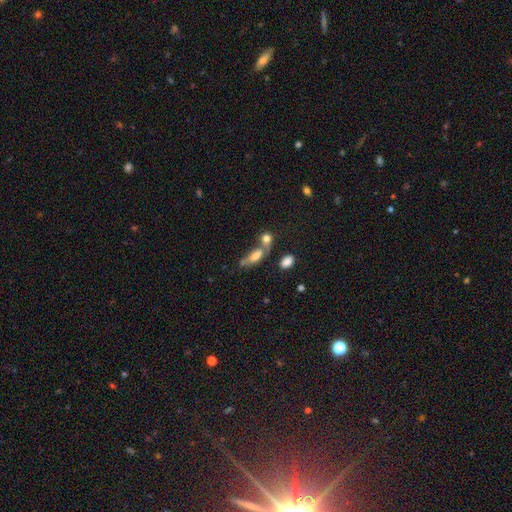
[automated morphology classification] Smooth or featured? Predicted: smooth (p=0.61). How rounded? Predicted: in between (p=0.70). Merging? Predicted: merger (p=0.40).